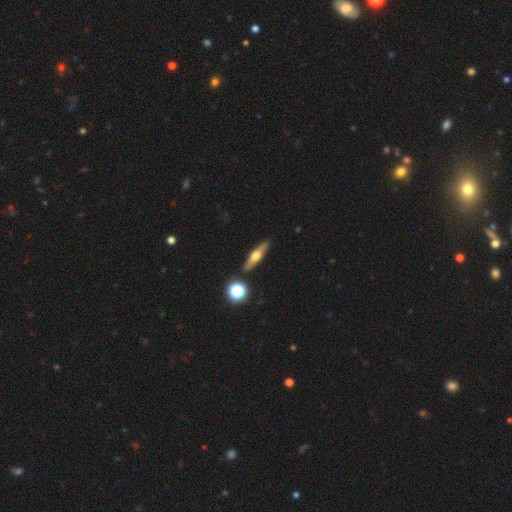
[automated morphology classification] smooth_or_featured: featured or disk (p=0.54) [alt: smooth p=0.38]
disk_edge_on: yes (p=0.91) [alt: no p=0.09]
merging: none (p=0.88) [alt: minor disturbance p=0.07]